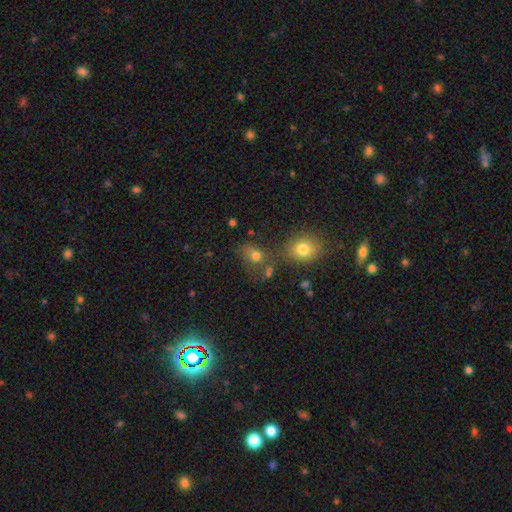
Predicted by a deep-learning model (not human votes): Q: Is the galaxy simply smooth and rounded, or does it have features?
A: smooth — 72%.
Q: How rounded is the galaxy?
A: round — 54%.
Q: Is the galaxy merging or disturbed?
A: none — 51%.